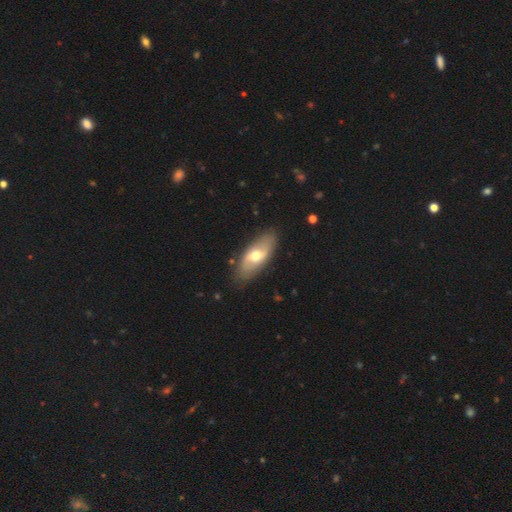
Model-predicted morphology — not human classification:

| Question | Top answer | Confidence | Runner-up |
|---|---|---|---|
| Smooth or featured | featured or disk | 54% | smooth (41%) |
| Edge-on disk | no | 85% | yes (15%) |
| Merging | none | 84% | minor disturbance (11%) |